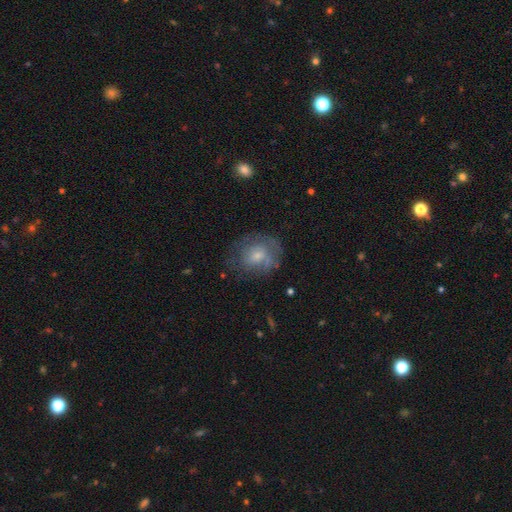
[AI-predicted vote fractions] featured or disk 50%, smooth 38%, star or artifact 12%. Down the decision tree: edge-on disk — no (96%); merging — none (67%).